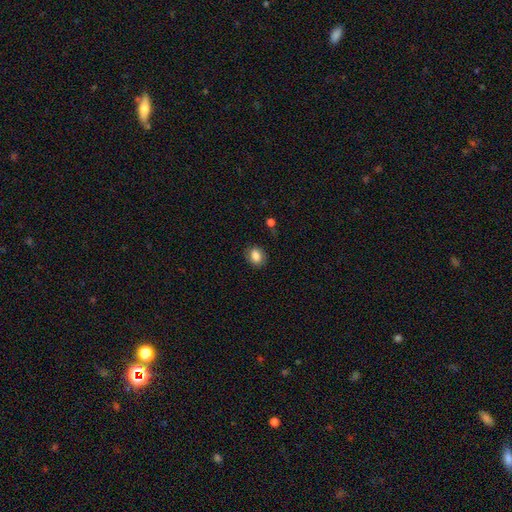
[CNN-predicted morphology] Overall: smooth (85%). How rounded: in between (57%; round 42%). Merging: none (81%).